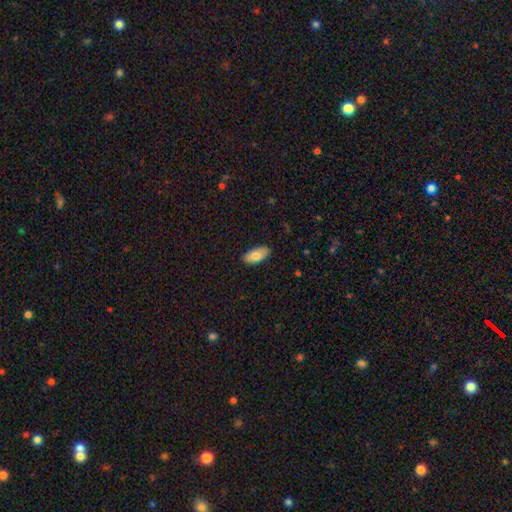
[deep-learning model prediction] Smooth or featured? Predicted: smooth (p=0.78). How rounded? Predicted: in between (p=0.91). Merging? Predicted: none (p=0.87).